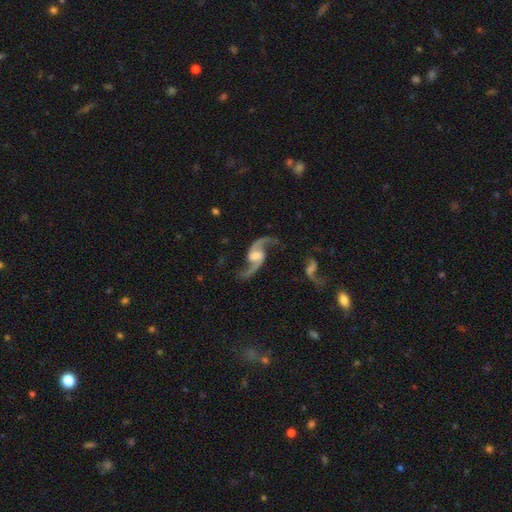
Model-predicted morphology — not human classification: Q: Smooth or featured?
A: featured or disk (93%); runner-up: star or artifact (4%)
Q: Edge-on disk?
A: no (97%); runner-up: yes (3%)
Q: Bar?
A: weak (49%); runner-up: no (34%)
Q: Spiral arms?
A: yes (98%); runner-up: no (2%)
Q: Spiral winding?
A: loose (74%); runner-up: medium (22%)
Q: Spiral arm count?
A: 2 (94%); runner-up: 1 (2%)
Q: Bulge size?
A: moderate (39%); runner-up: small (32%)
Q: Merging?
A: none (75%); runner-up: minor disturbance (14%)